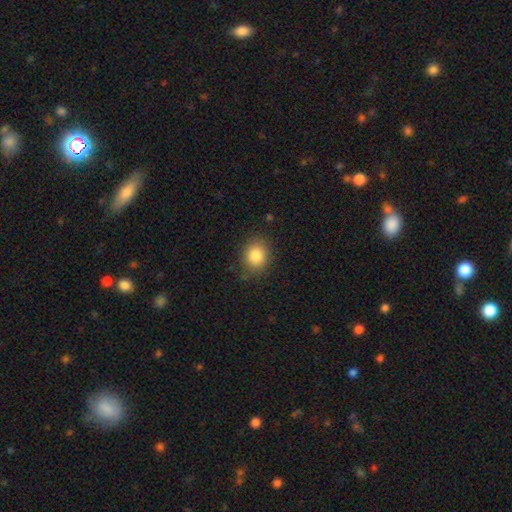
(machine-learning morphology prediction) type=smooth (84%); roundness=round (62%); merging=none (82%).